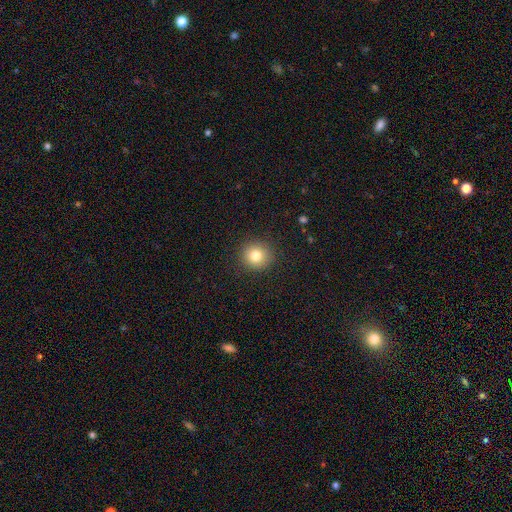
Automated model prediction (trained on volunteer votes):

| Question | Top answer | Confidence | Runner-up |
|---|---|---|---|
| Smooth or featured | smooth | 81% | star or artifact (12%) |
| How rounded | round | 90% | in between (9%) |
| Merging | none | 91% | minor disturbance (6%) |